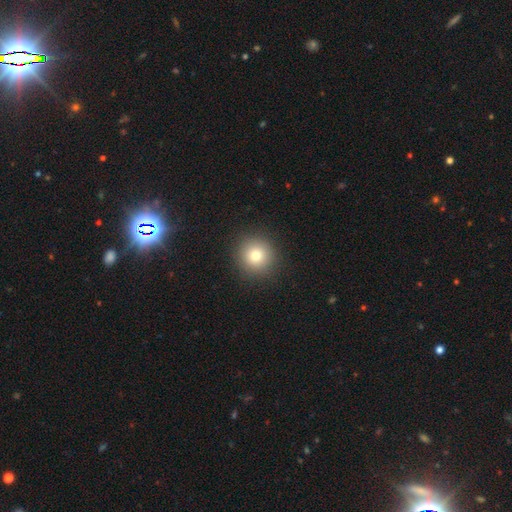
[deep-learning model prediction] Smooth or featured? Predicted: smooth (p=0.77). How rounded? Predicted: round (p=0.94). Merging? Predicted: none (p=0.91).